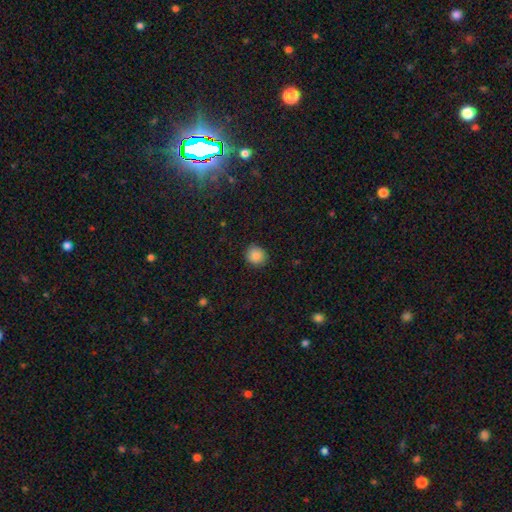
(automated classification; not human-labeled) This appears to be a smooth galaxy with no disk features (87%) that is round (81%). Merging: none (87%).